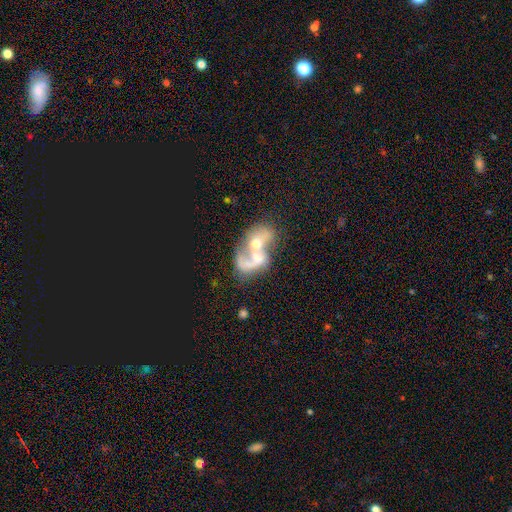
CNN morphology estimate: This is likely a featured or disk galaxy (64%). It is clearly not viewed edge-on (97%). Bar: likely no (72%). Spiral arm pattern: likely yes (61%). Central bulge: possibly moderate (58%). Merging: likely merger (76%).